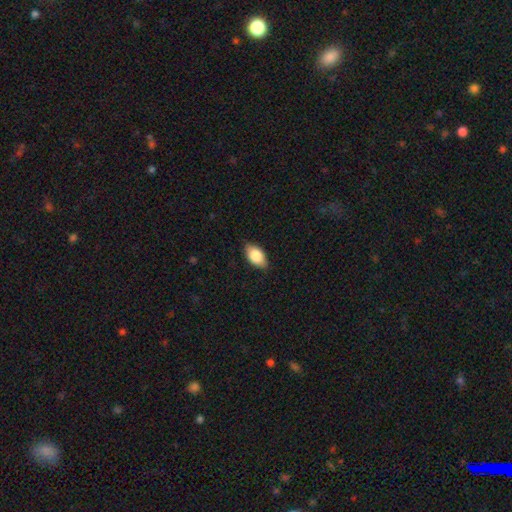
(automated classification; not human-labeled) Overall: smooth (82%). How rounded: in between (91%). Merging: none (84%).